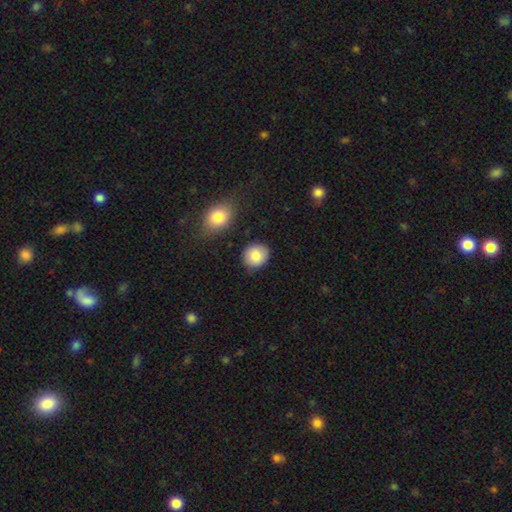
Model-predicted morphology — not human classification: smooth-or-featured: smooth: 85% | featured or disk: 7% | star or artifact: 7%
  how-rounded: round: 83% | in between: 16% | cigar-shaped: 1%
  merging: none: 85% | minor disturbance: 9% | merger: 3% | major disturbance: 2%